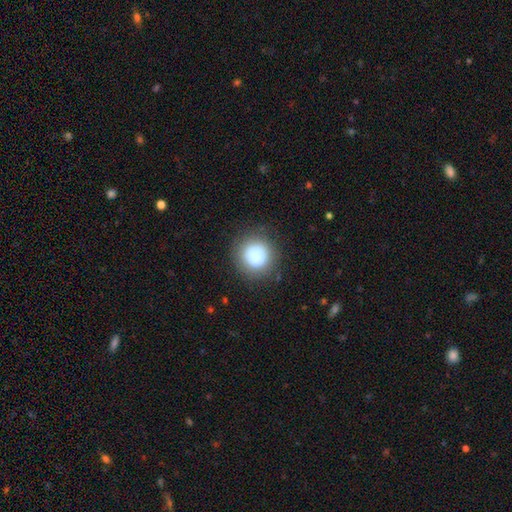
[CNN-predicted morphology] Q: Smooth or featured?
A: smooth (84%); runner-up: star or artifact (10%)
Q: How rounded?
A: round (91%); runner-up: in between (8%)
Q: Merging?
A: none (85%); runner-up: minor disturbance (10%)